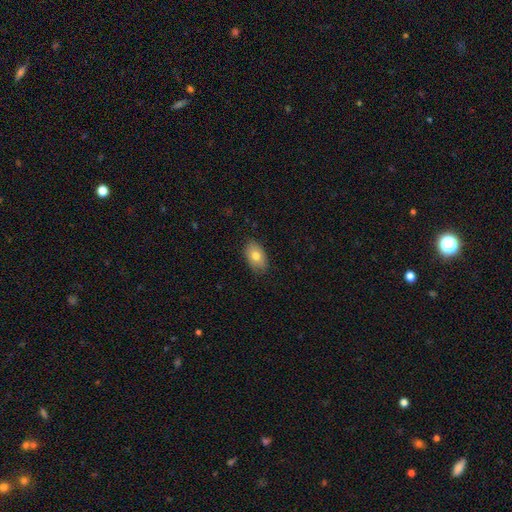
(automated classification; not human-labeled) smooth 75%, featured or disk 18%, star or artifact 7%. Down the decision tree: how rounded — in between (91%); merging — none (85%).